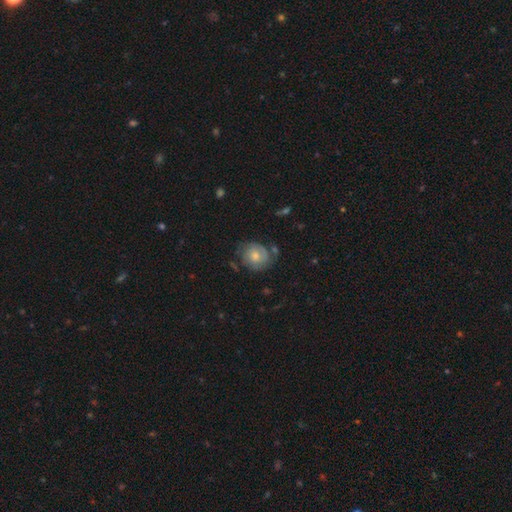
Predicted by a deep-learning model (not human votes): A featured or disk galaxy (46%, tied with smooth). Merging: none (60%).